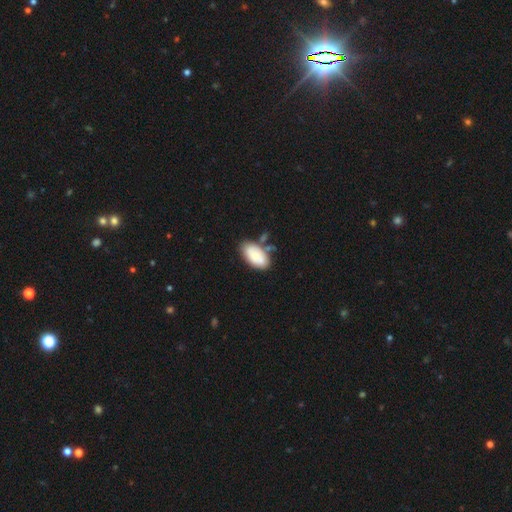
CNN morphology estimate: type=smooth (74%); roundness=in between (95%); merging=none (59%).